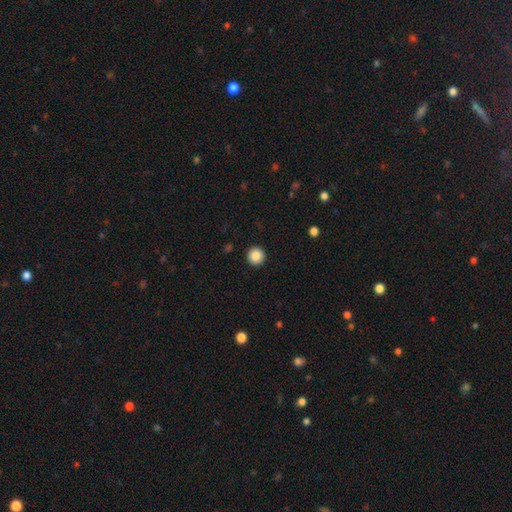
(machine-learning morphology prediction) This appears to be a smooth galaxy with no disk features (88%) that is round (95%). Merging: none (93%).